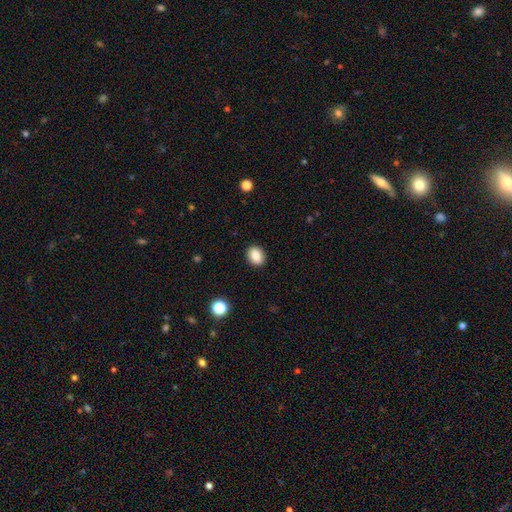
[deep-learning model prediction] smooth_or_featured: smooth (p=0.86) [alt: star or artifact p=0.09]
how_rounded: in between (p=0.50) [alt: round p=0.49]
merging: none (p=0.90) [alt: minor disturbance p=0.07]